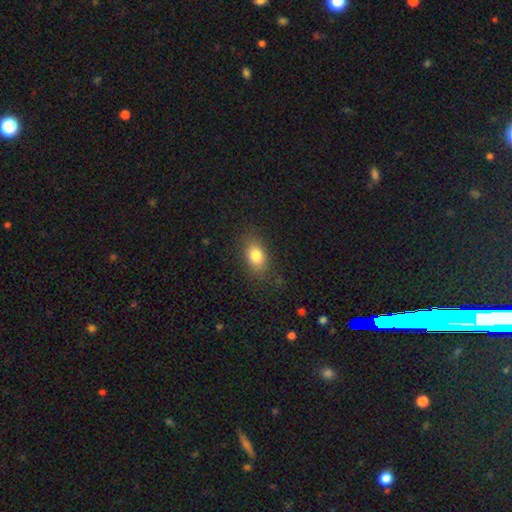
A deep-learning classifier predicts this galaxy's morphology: A smooth galaxy with no disk features (81%) that is in between round and cigar-shaped (82%). Merging: none (81%).